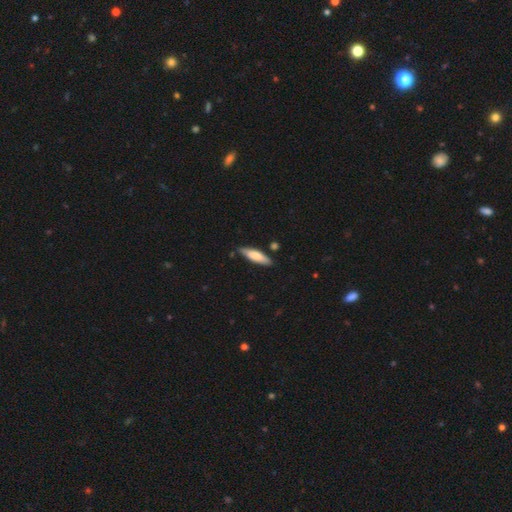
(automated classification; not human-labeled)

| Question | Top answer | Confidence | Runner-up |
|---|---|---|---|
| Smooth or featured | smooth | 74% | featured or disk (21%) |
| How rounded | cigar-shaped | 61% | in between (38%) |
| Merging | none | 80% | minor disturbance (15%) |